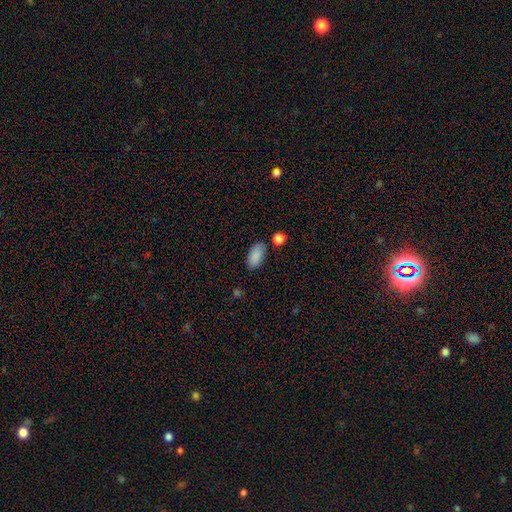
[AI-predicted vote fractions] The model was most divided on "merging": none: 79%, minor disturbance: 13%, merger: 6%, major disturbance: 3%. More confident: how rounded — in between (93%); smooth or featured — smooth (89%).